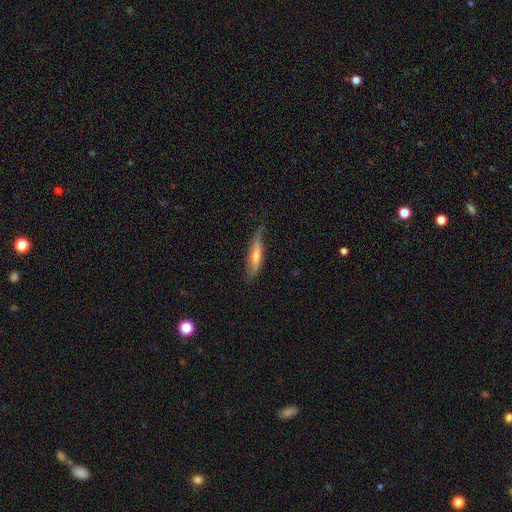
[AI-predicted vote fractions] Smooth or featured?
  - smooth: 49% *
  - featured or disk: 45%
  - star or artifact: 6%
Merging?
  - none: 67% *
  - minor disturbance: 26%
  - major disturbance: 6%
  - merger: 2%